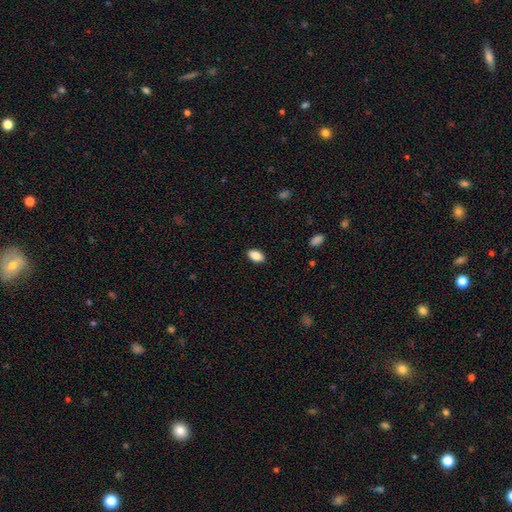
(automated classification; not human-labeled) Smooth or featured: smooth — 88% (star or artifact — 7%)
How rounded: in between — 92% (round — 5%)
Merging: none — 89% (minor disturbance — 8%)